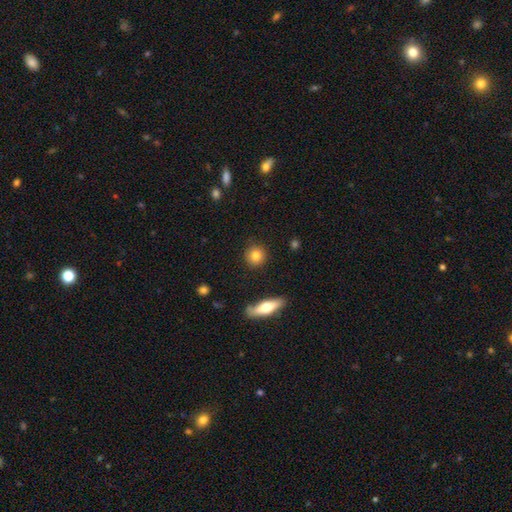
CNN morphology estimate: smooth-or-featured: smooth: 81% | featured or disk: 11% | star or artifact: 8%
  how-rounded: round: 90% | in between: 8% | cigar-shaped: 2%
  merging: none: 89% | minor disturbance: 7% | major disturbance: 2% | merger: 2%